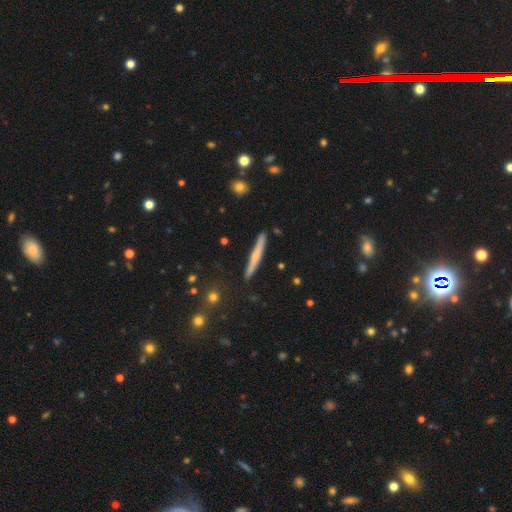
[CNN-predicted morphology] A featured or disk galaxy (51%) viewed edge-on (96%).

Vote fractions:
- Smooth or featured? featured or disk: 51% / smooth: 43% / star or artifact: 6%
- Edge-on disk? yes: 96% / no: 4%
- Merging? none: 89% / minor disturbance: 8% / merger: 2% / major disturbance: 1%